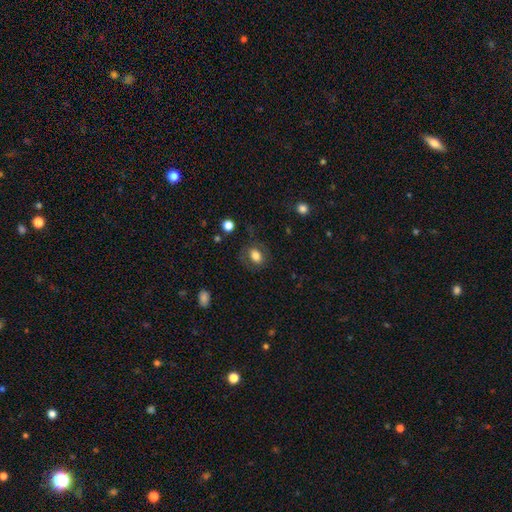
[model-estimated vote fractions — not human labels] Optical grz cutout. It shows a smooth galaxy with no disk features (75%) that is in between round and cigar-shaped (61%). Merging: none (71%).